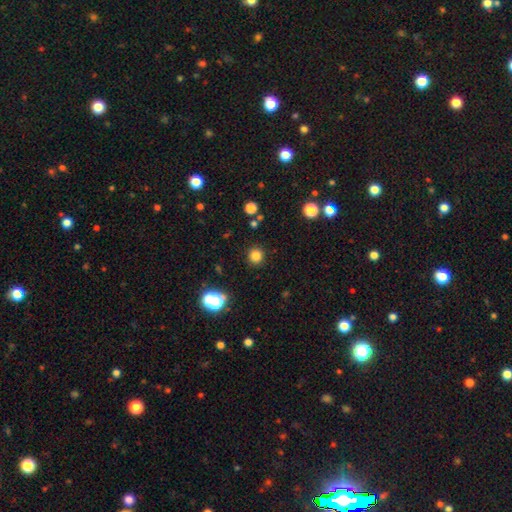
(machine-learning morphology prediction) Smooth or featured?
  - smooth: 81% *
  - star or artifact: 14%
  - featured or disk: 4%
How rounded?
  - round: 93% *
  - in between: 6%
  - cigar-shaped: 1%
Merging?
  - none: 91% *
  - minor disturbance: 5%
  - major disturbance: 2%
  - merger: 2%